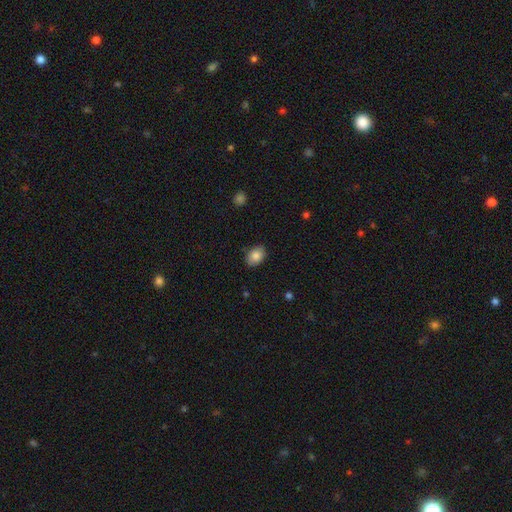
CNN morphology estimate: Q: Smooth or featured?
A: smooth (85%); runner-up: featured or disk (8%)
Q: How rounded?
A: in between (80%); runner-up: round (19%)
Q: Merging?
A: none (85%); runner-up: minor disturbance (12%)